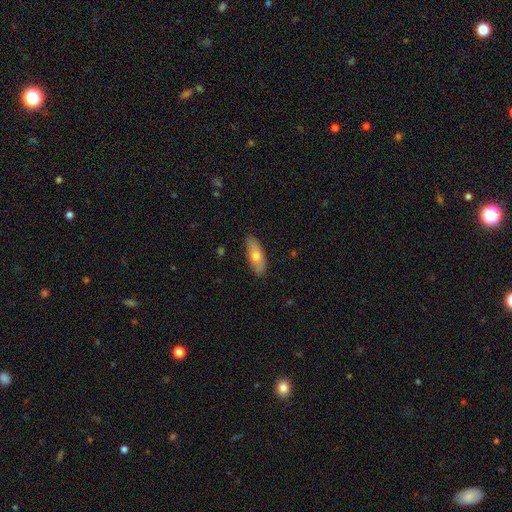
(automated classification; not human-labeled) Smooth or featured? smooth (67%)
How rounded? in between (73%)
Merging? none (85%)